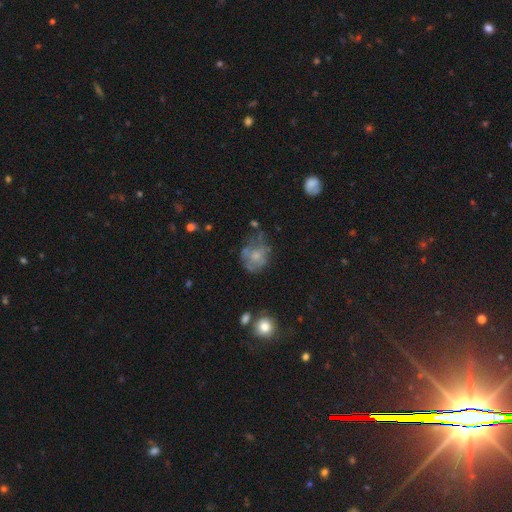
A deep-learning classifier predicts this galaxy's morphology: Smooth or featured? smooth (46%)
Merging? none (38%)